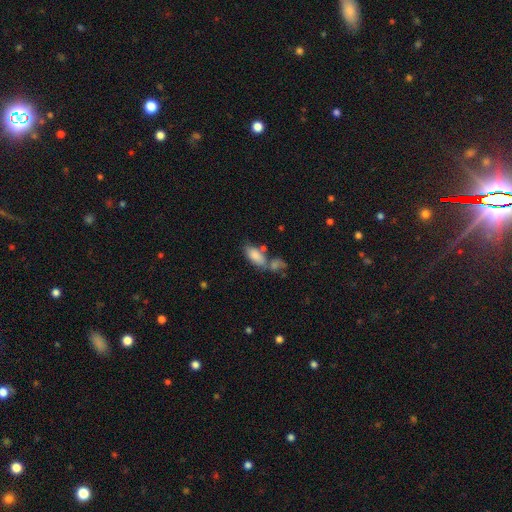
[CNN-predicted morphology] A smooth galaxy with no disk features (81%) that is in between round and cigar-shaped (88%). Merging: none (41%).